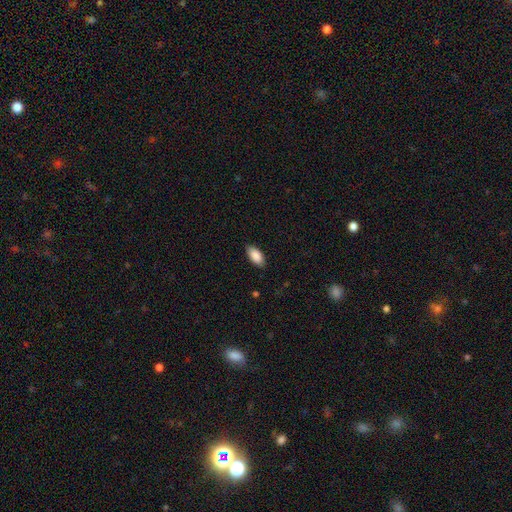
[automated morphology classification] The model was most divided on "merging": none: 87%, minor disturbance: 10%, major disturbance: 2%, merger: 1%. More confident: how rounded — in between (92%); smooth or featured — smooth (89%).